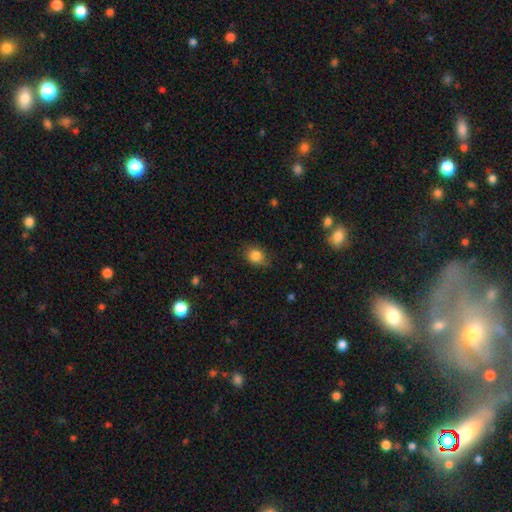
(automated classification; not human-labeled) smooth 83%, star or artifact 10%, featured or disk 7%. Down the decision tree: how rounded — round (52%); merging — none (75%).